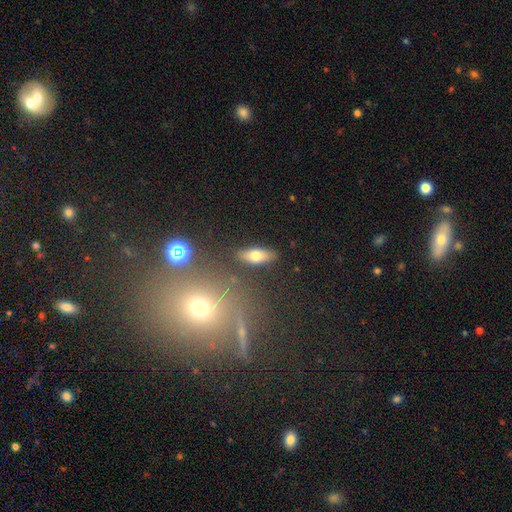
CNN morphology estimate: Overall: smooth (70%). How rounded: in between (73%). Merging: none (85%).